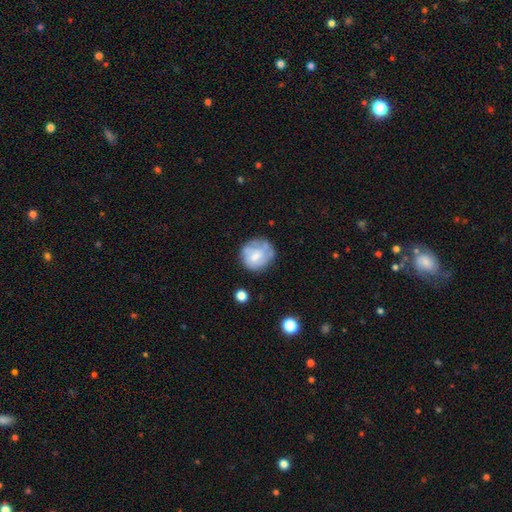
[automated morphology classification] smooth_or_featured: smooth (p=0.51) [alt: featured or disk p=0.41]
how_rounded: round (p=0.82) [alt: in between p=0.17]
merging: none (p=0.62) [alt: minor disturbance p=0.24]